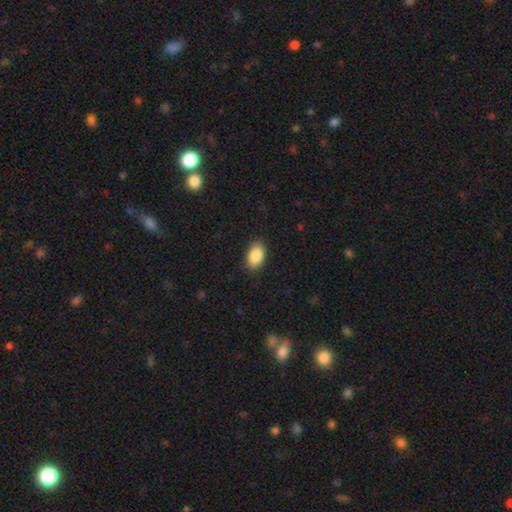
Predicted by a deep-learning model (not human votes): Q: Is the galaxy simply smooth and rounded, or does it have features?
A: smooth — 88%.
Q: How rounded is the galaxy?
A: in between — 91%.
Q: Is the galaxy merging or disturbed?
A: none — 86%.